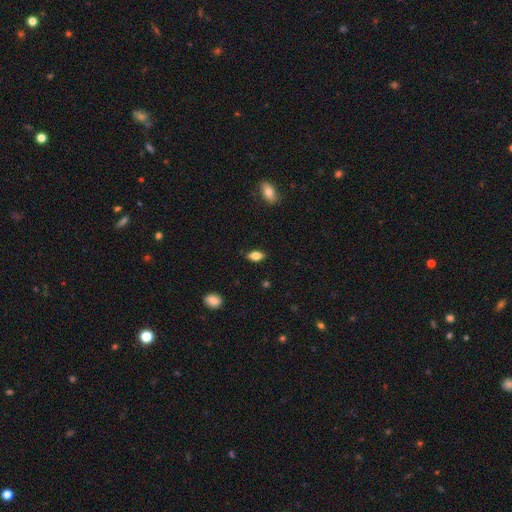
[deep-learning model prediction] A smooth galaxy with no disk features (72%) that is in between round and cigar-shaped (85%). Merging: none (86%).